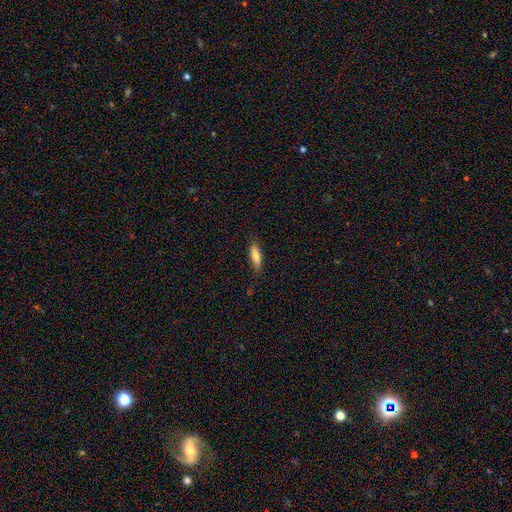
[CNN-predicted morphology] A smooth galaxy with no disk features (77%) that is cigar-shaped (52%). Merging: none (82%).